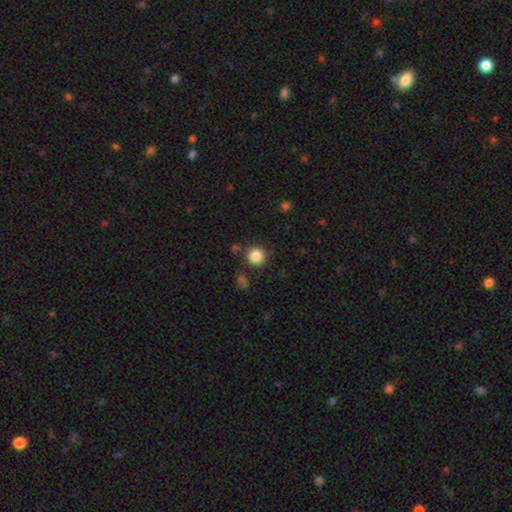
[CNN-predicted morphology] The model was most divided on "smooth or featured": smooth: 86%, star or artifact: 10%, featured or disk: 4%. More confident: how rounded — round (93%); merging — none (84%).